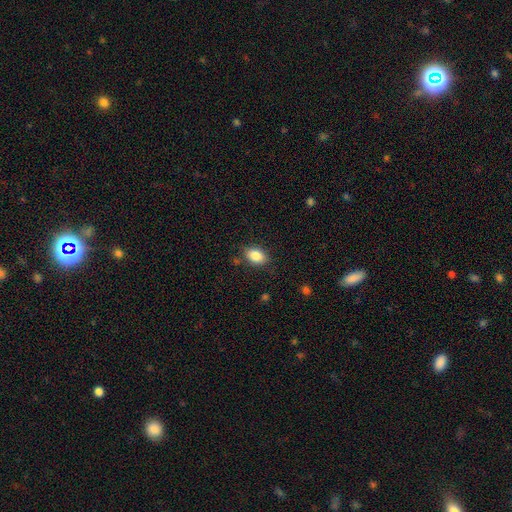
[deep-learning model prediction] Smooth or featured? Predicted: smooth (p=0.85). How rounded? Predicted: in between (p=0.82). Merging? Predicted: none (p=0.82).